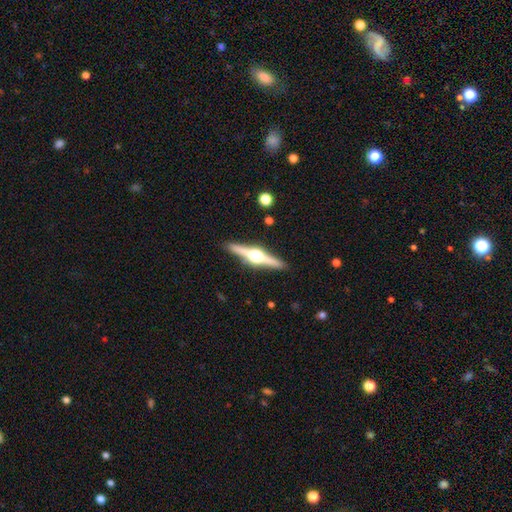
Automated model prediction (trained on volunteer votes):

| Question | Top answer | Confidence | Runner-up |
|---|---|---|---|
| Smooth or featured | featured or disk | 83% | smooth (12%) |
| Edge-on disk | yes | 98% | no (2%) |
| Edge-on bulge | rounded | 96% | boxy (3%) |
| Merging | none | 91% | minor disturbance (7%) |